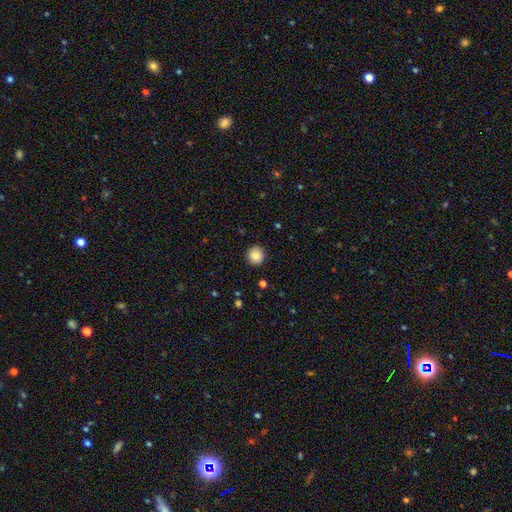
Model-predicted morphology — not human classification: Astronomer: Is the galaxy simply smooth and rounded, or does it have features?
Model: smooth — 88%.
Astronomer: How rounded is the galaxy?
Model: round — 89%.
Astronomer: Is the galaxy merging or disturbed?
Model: none — 90%.